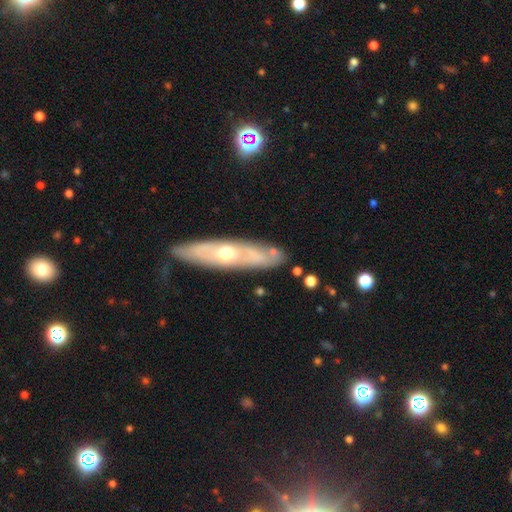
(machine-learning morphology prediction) Overall: featured or disk (53%; smooth 41%). Edge-on disk: no (57%; yes 43%). Merging: none (77%).